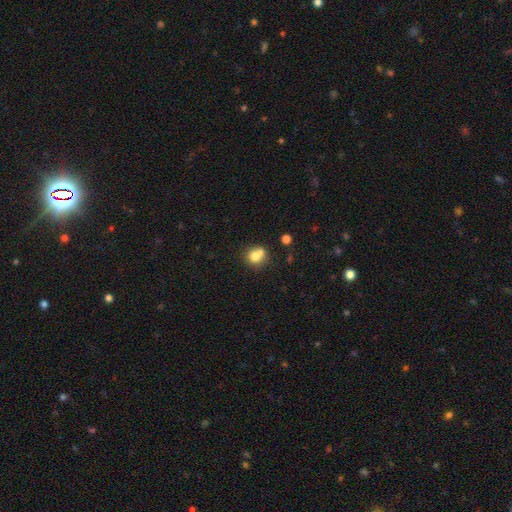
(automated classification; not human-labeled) A smooth galaxy with no disk features (76%) that is round (81%).

Vote fractions:
- Smooth or featured? smooth: 76% / featured or disk: 13% / star or artifact: 11%
- How rounded? round: 81% / in between: 18% / cigar-shaped: 1%
- Merging? none: 47% / merger: 36% / minor disturbance: 12% / major disturbance: 4%